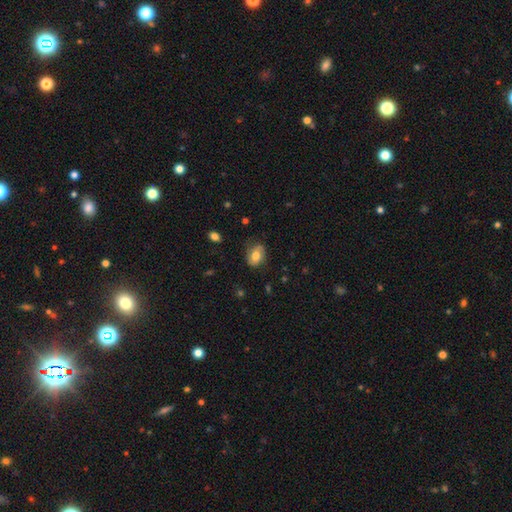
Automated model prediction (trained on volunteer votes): smooth-or-featured: smooth: 59% | featured or disk: 33% | star or artifact: 8%
  how-rounded: in between: 73% | round: 26% | cigar-shaped: 1%
  merging: none: 68% | minor disturbance: 23% | major disturbance: 8% | merger: 1%